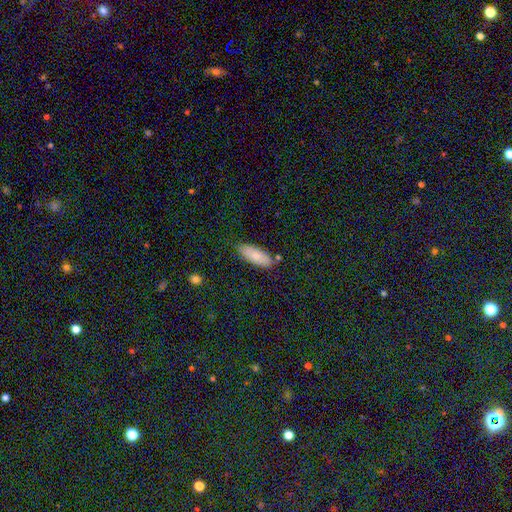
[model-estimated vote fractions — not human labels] A smooth galaxy with no disk features (81%) that is in between round and cigar-shaped (75%). Merging: none (81%).